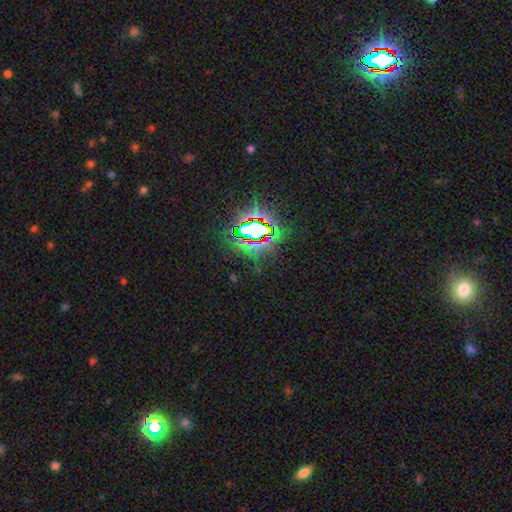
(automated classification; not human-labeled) smooth_or_featured: star or artifact (p=0.77) [alt: smooth p=0.13]